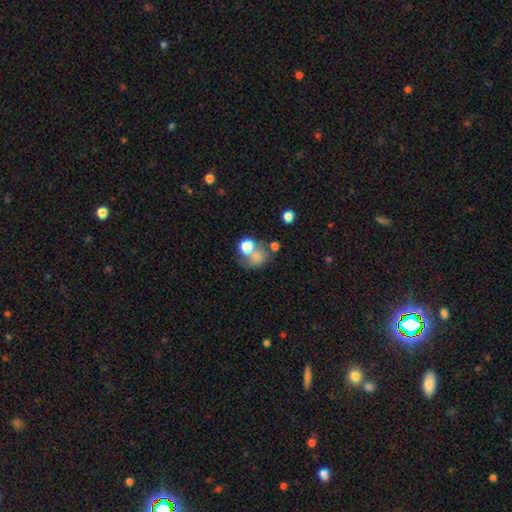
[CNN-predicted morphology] Smooth or featured?
  - smooth: 69% *
  - featured or disk: 17%
  - star or artifact: 14%
How rounded?
  - round: 67% *
  - in between: 32%
  - cigar-shaped: 1%
Merging?
  - merger: 39% *
  - none: 32%
  - major disturbance: 16%
  - minor disturbance: 13%